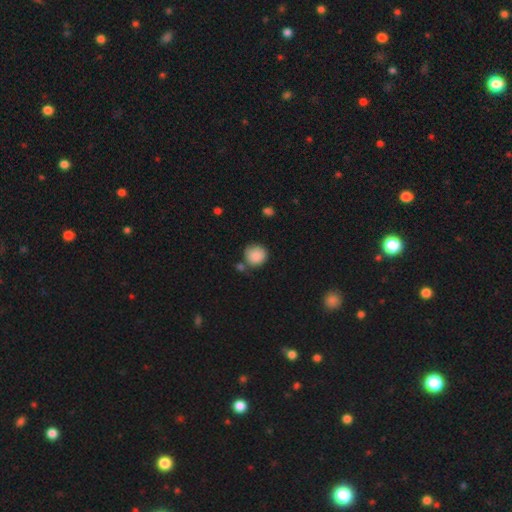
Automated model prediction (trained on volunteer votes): The model was most divided on "merging": none: 70%, minor disturbance: 17%, merger: 9%, major disturbance: 4%. More confident: how rounded — round (89%); smooth or featured — smooth (88%).